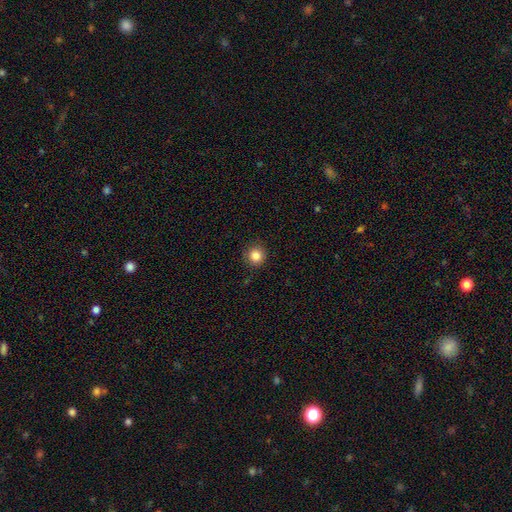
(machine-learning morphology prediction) A smooth galaxy with no disk features (85%) that is round (94%).

Vote fractions:
- Smooth or featured? smooth: 85% / star or artifact: 11% / featured or disk: 4%
- How rounded? round: 94% / in between: 5% / cigar-shaped: 1%
- Merging? none: 90% / minor disturbance: 7% / major disturbance: 2% / merger: 1%